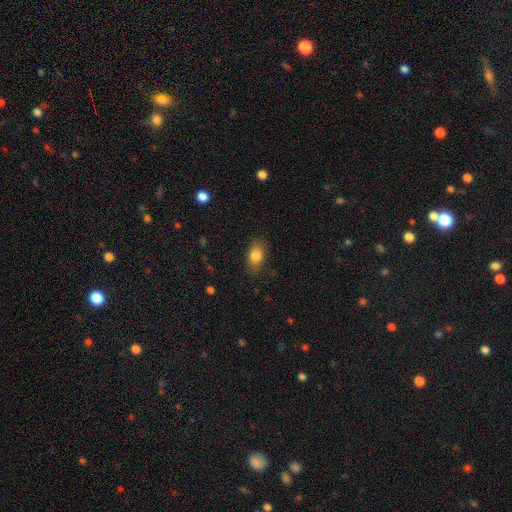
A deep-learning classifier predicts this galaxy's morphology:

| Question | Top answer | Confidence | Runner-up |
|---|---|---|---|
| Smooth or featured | smooth | 81% | featured or disk (10%) |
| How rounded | in between | 85% | round (11%) |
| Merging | none | 84% | minor disturbance (12%) |